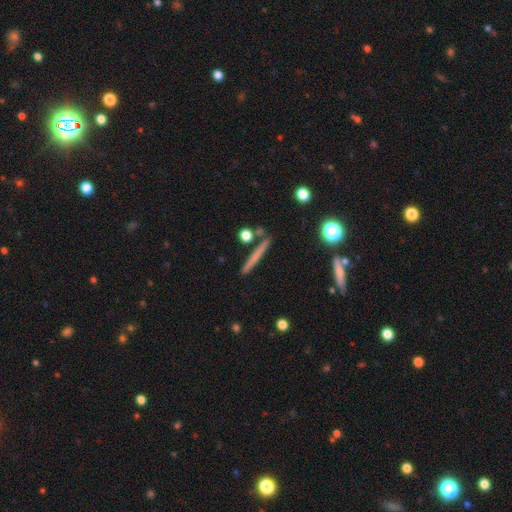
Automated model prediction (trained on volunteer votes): Q: Smooth or featured?
A: smooth (55%); runner-up: featured or disk (37%)
Q: How rounded?
A: cigar-shaped (93%); runner-up: round (4%)
Q: Merging?
A: none (84%); runner-up: minor disturbance (9%)